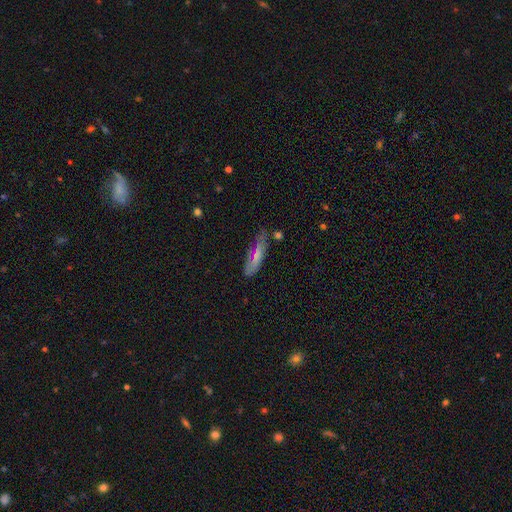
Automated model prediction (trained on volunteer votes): Overall: smooth (62%; featured or disk 28%). How rounded: cigar-shaped (62%; in between 35%). Merging: none (61%; minor disturbance 27%).